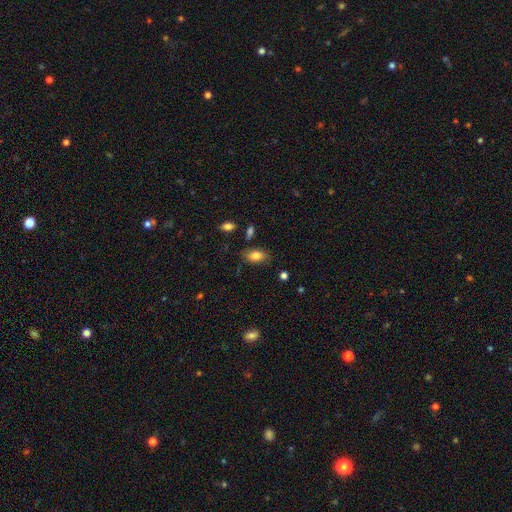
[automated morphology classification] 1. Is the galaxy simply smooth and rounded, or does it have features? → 82% smooth, 10% featured or disk, 9% star or artifact.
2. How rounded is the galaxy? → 89% in between, 8% round, 3% cigar-shaped.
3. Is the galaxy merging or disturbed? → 77% none, 16% minor disturbance, 4% major disturbance, 3% merger.